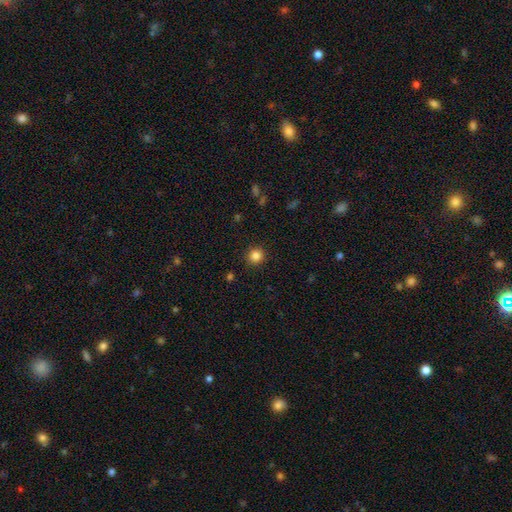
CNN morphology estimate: Smooth or featured?
  - smooth: 84% *
  - star or artifact: 12%
  - featured or disk: 4%
How rounded?
  - round: 94% *
  - in between: 5%
  - cigar-shaped: 1%
Merging?
  - none: 92% *
  - minor disturbance: 5%
  - major disturbance: 2%
  - merger: 1%